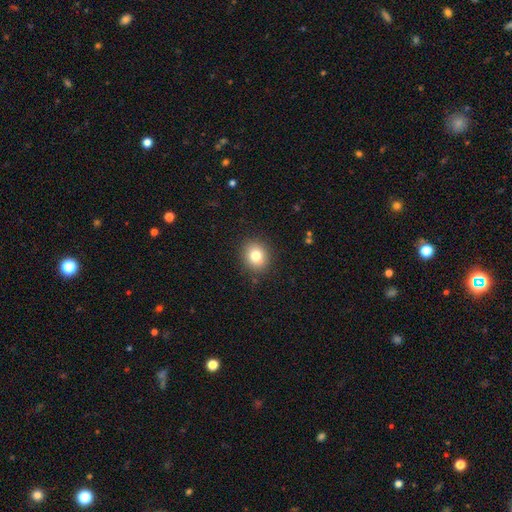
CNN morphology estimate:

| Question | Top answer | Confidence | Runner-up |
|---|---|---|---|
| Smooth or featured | smooth | 80% | star or artifact (10%) |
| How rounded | round | 68% | in between (31%) |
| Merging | none | 88% | minor disturbance (9%) |